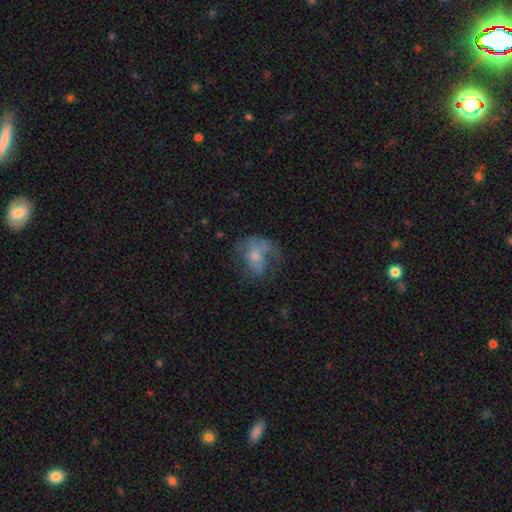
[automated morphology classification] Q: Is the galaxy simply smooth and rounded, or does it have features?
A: featured or disk — 57%.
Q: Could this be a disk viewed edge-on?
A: no — 97%.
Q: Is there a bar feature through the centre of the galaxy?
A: no — 69%.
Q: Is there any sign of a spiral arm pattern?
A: yes — 66%.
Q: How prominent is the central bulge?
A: small — 55%.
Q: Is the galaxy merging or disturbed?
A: none — 41%.